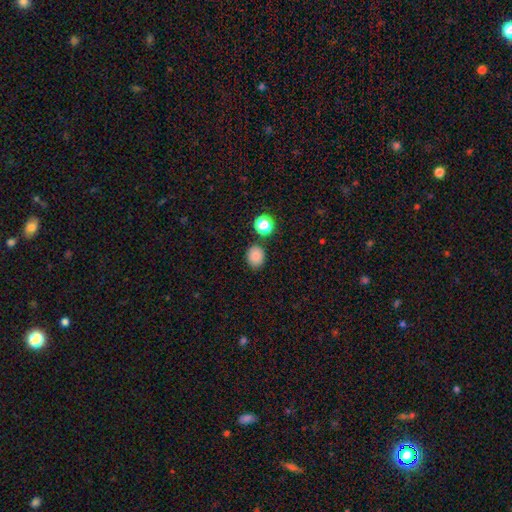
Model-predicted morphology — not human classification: The model was most divided on "how rounded": round: 54%, in between: 45%, cigar-shaped: 1%. More confident: smooth or featured — smooth (83%); merging — none (82%).